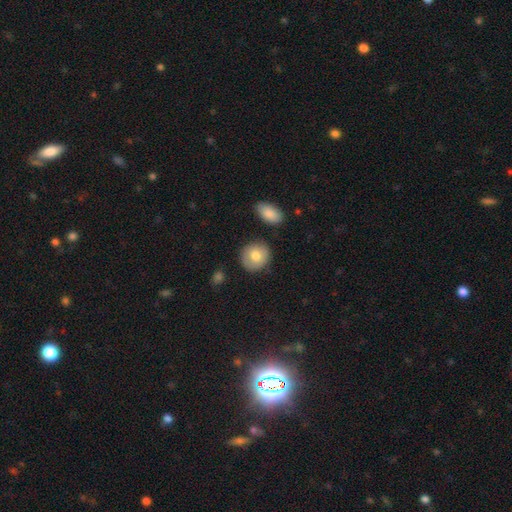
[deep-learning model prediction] Morphology: type=smooth (77%); roundness=round (83%); merging=none (82%).